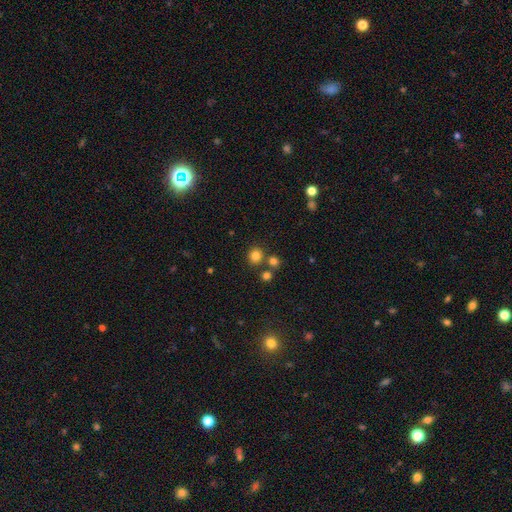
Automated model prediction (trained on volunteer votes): A smooth galaxy with no disk features (80%) that is round (86%).

Vote fractions:
- Smooth or featured? smooth: 80% / star or artifact: 15% / featured or disk: 5%
- How rounded? round: 86% / in between: 13% / cigar-shaped: 1%
- Merging? none: 77% / merger: 13% / minor disturbance: 7% / major disturbance: 3%